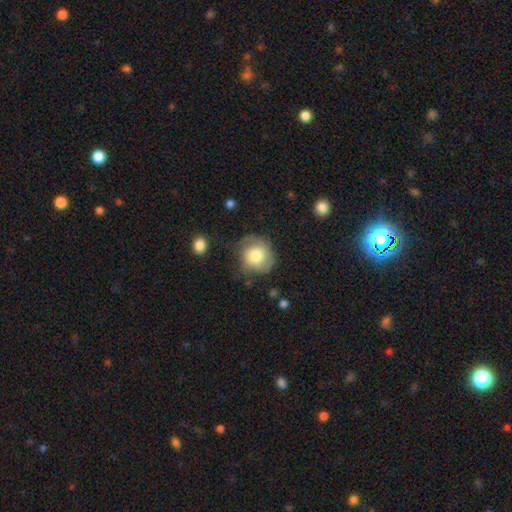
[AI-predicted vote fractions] Morphology: type=smooth (71%); roundness=round (85%); merging=none (55%).